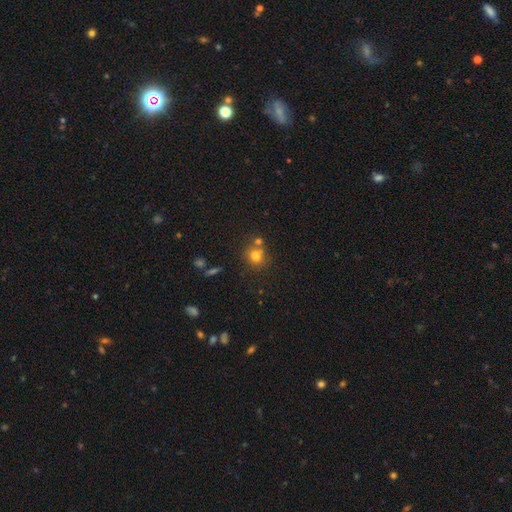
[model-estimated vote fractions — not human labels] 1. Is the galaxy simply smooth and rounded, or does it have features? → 74% smooth, 15% star or artifact, 12% featured or disk.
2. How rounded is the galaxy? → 81% round, 18% in between, 1% cigar-shaped.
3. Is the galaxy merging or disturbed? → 60% none, 26% merger, 10% minor disturbance, 4% major disturbance.